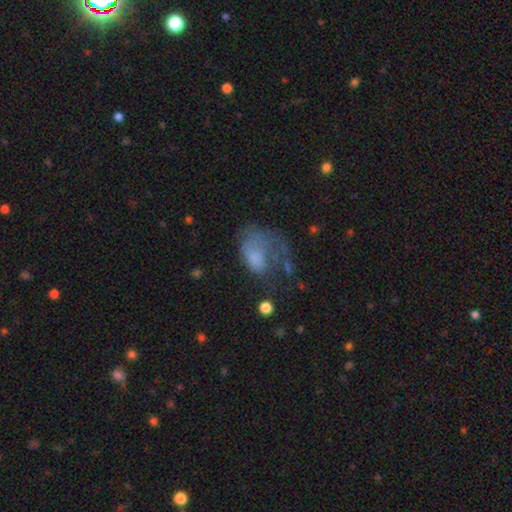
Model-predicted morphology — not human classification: Q: Smooth or featured?
A: smooth (53%); runner-up: featured or disk (36%)
Q: How rounded?
A: in between (79%); runner-up: round (19%)
Q: Merging?
A: major disturbance (58%); runner-up: none (20%)